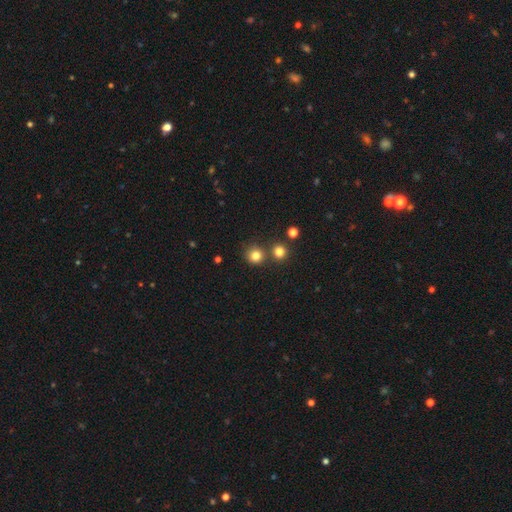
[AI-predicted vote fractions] Morphology: type=smooth (80%); roundness=round (91%); merging=none (73%).